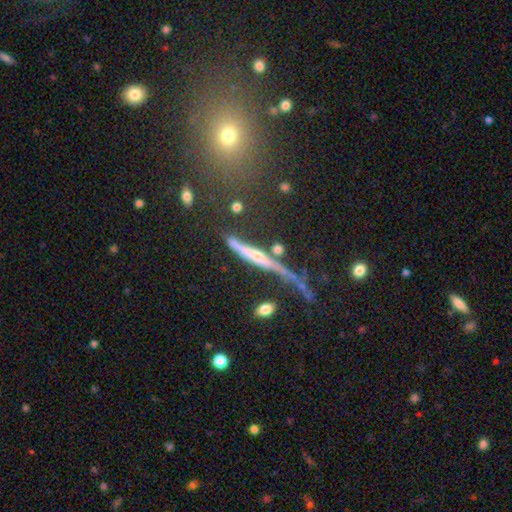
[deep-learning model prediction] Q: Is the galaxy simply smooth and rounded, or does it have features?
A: featured or disk — 54%.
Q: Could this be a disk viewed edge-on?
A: yes — 81%.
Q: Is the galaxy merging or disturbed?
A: none — 49%.